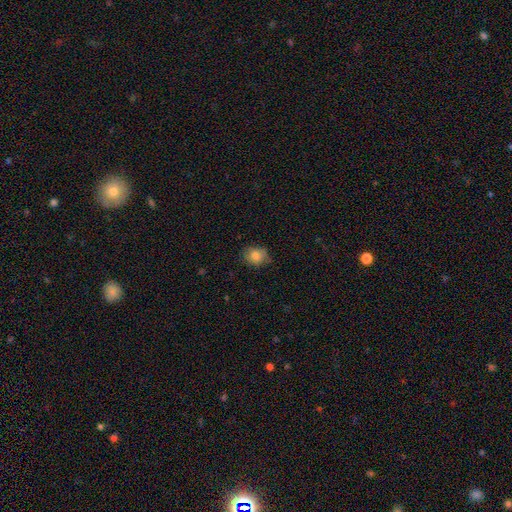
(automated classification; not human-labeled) Smooth or featured?
  - smooth: 80% *
  - featured or disk: 11%
  - star or artifact: 9%
How rounded?
  - round: 58% *
  - in between: 41%
  - cigar-shaped: 1%
Merging?
  - none: 71% *
  - minor disturbance: 24%
  - major disturbance: 5%
  - merger: 1%